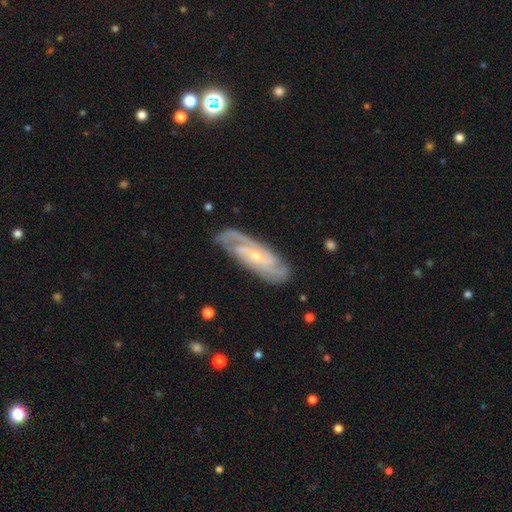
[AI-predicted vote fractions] This appears to be a featured or disk galaxy (86%) with no bar (60%), 2 (39%) tight (56%) spiral arms (97%) and a small central bulge (68%). Merging: none (81%).